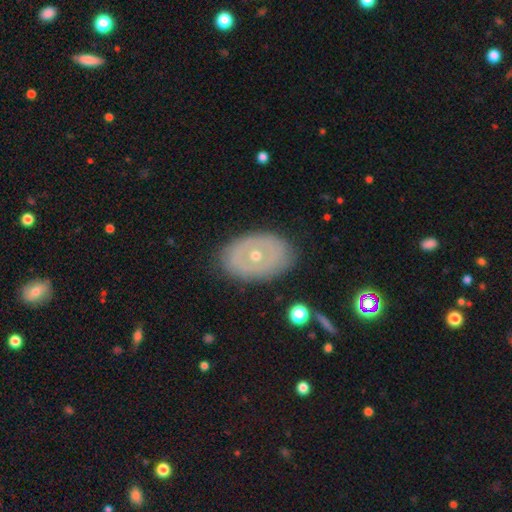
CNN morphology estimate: Smooth or featured?
  - featured or disk: 59% *
  - smooth: 34%
  - star or artifact: 7%
Edge-on disk?
  - no: 91% *
  - yes: 9%
Bar?
  - no: 87% *
  - weak: 10%
  - strong: 4%
Spiral arms?
  - no: 83% *
  - yes: 17%
Bulge size?
  - small: 54% *
  - moderate: 43%
  - large: 1%
  - none: 1%
  - dominant: 1%
Merging?
  - none: 83% *
  - minor disturbance: 12%
  - major disturbance: 4%
  - merger: 1%